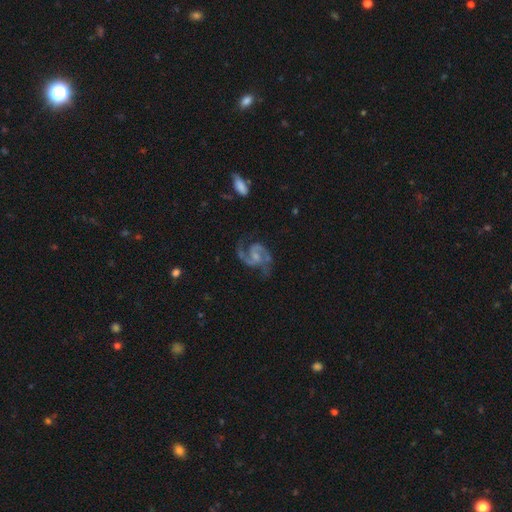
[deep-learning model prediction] Smooth or featured? featured or disk (91%)
Edge-on disk? no (98%)
Bar? weak (47%)
Spiral arms? yes (98%)
Spiral winding? medium (61%)
Spiral arm count? 2 (92%)
Bulge size? small (45%)
Merging? none (68%)